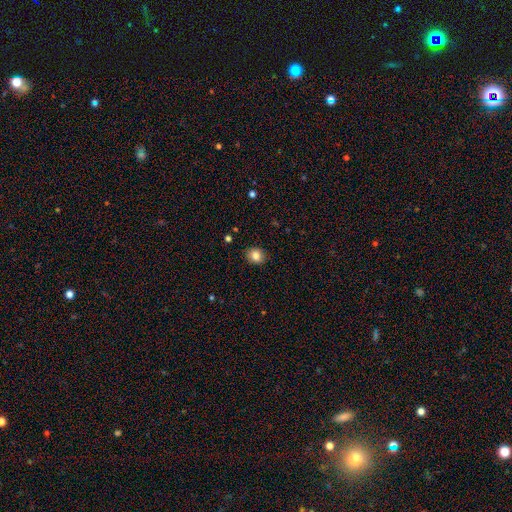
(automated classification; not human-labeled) A smooth galaxy with no disk features (83%) that is round (69%).

Vote fractions:
- Smooth or featured? smooth: 83% / star or artifact: 10% / featured or disk: 7%
- How rounded? round: 69% / in between: 30% / cigar-shaped: 1%
- Merging? none: 89% / minor disturbance: 8% / major disturbance: 2% / merger: 1%